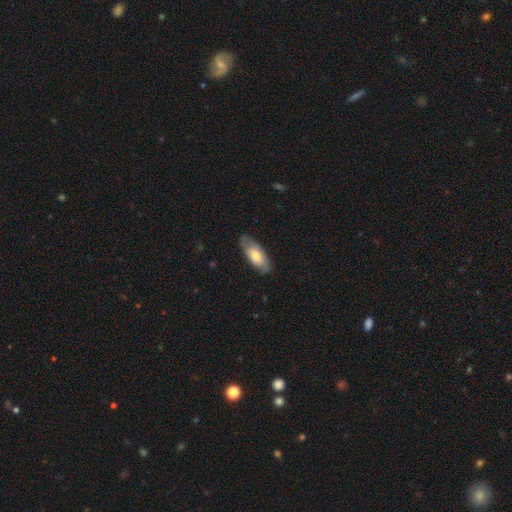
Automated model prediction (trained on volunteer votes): smooth_or_featured: smooth (p=0.61) [alt: featured or disk p=0.33]
how_rounded: in between (p=0.82) [alt: cigar-shaped p=0.15]
merging: none (p=0.79) [alt: minor disturbance p=0.16]